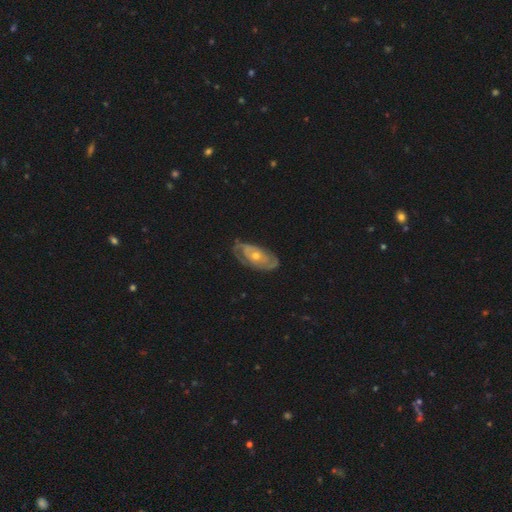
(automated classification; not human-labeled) Smooth or featured: featured or disk — 78% (smooth — 16%)
Edge-on disk: no — 91% (yes — 9%)
Bar: no — 79% (weak — 16%)
Spiral arms: yes — 80% (no — 20%)
Spiral winding: tight — 65% (medium — 26%)
Spiral arm count: 2 — 45% (can't tell — 37%)
Bulge size: moderate — 58% (small — 38%)
Merging: none — 72% (minor disturbance — 20%)